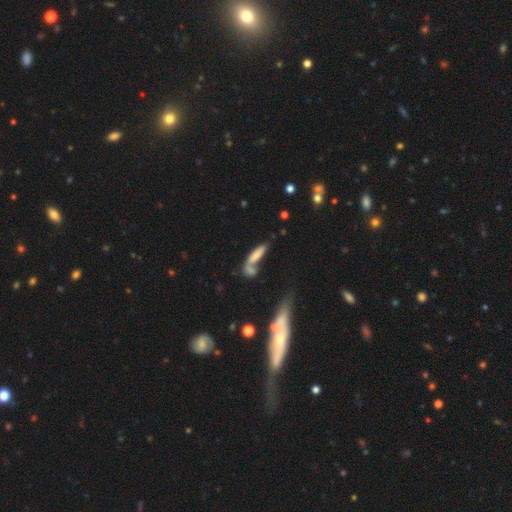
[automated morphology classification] A smooth galaxy with no disk features (73%) that is cigar-shaped (56%).

Vote fractions:
- Smooth or featured? smooth: 73% / featured or disk: 18% / star or artifact: 9%
- How rounded? cigar-shaped: 56% / in between: 41% / round: 3%
- Merging? merger: 49% / none: 32% / minor disturbance: 11% / major disturbance: 7%